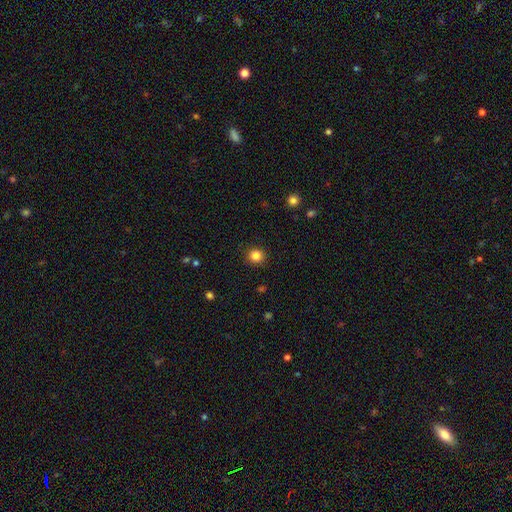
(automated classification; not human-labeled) Morphology: type=smooth (84%); roundness=round (91%); merging=none (91%).